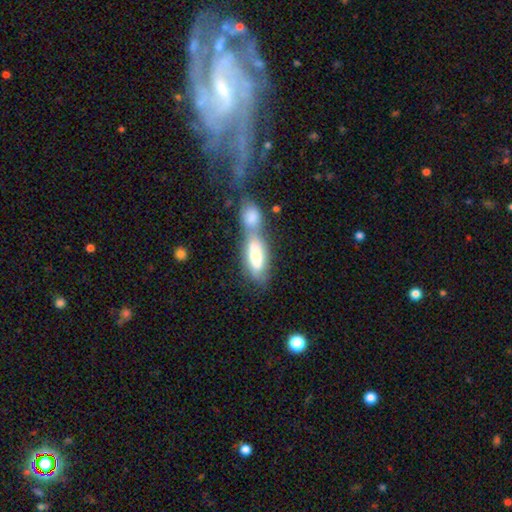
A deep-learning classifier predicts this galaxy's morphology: A smooth galaxy with no disk features (71%) that is in between round and cigar-shaped (69%).

Vote fractions:
- Smooth or featured? smooth: 71% / featured or disk: 22% / star or artifact: 6%
- How rounded? in between: 69% / cigar-shaped: 28% / round: 3%
- Merging? merger: 66% / none: 19% / minor disturbance: 9% / major disturbance: 6%